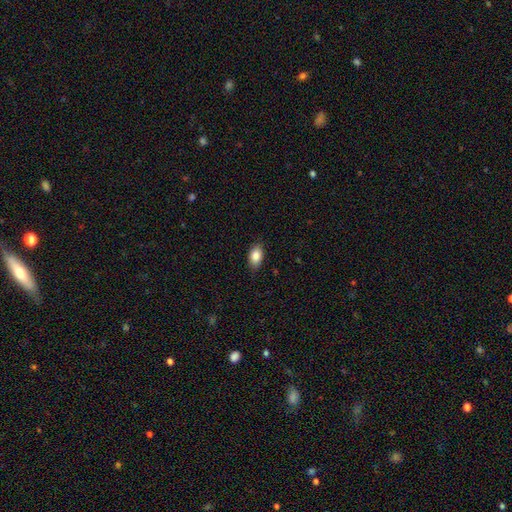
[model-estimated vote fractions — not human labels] Morphology: type=smooth (86%); roundness=in between (91%); merging=none (83%).